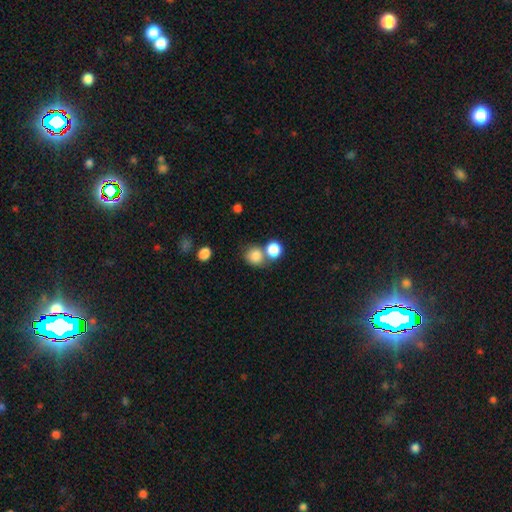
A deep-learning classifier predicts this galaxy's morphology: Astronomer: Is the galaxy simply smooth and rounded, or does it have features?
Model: smooth — 83%.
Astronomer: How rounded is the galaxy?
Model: round — 80%.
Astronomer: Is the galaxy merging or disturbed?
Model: none — 53% (runner-up: merger, 34%).